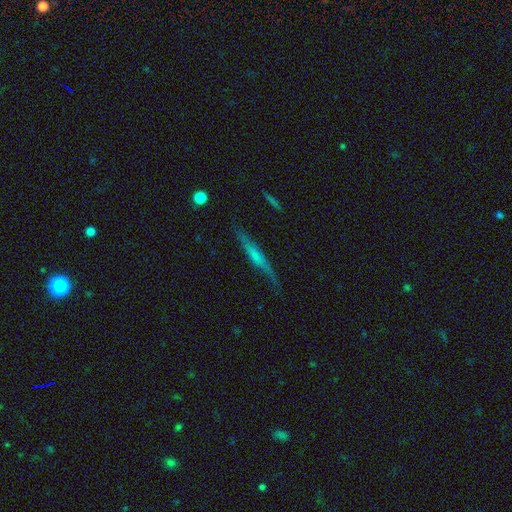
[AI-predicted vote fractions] smooth-or-featured: featured or disk: 56% | smooth: 36% | star or artifact: 8%
  disk-edge-on: yes: 89% | no: 11%
    edge-on-bulge: none: 49% | rounded: 33% | boxy: 18%
  merging: none: 73% | minor disturbance: 19% | major disturbance: 5% | merger: 2%